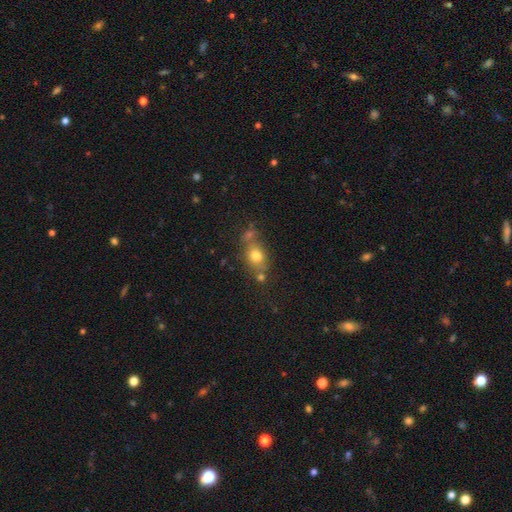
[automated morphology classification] smooth_or_featured: smooth (p=0.73) [alt: featured or disk p=0.13]
how_rounded: round (p=0.49) [tied with: in between p=0.49]
merging: none (p=0.54) [alt: merger p=0.23]